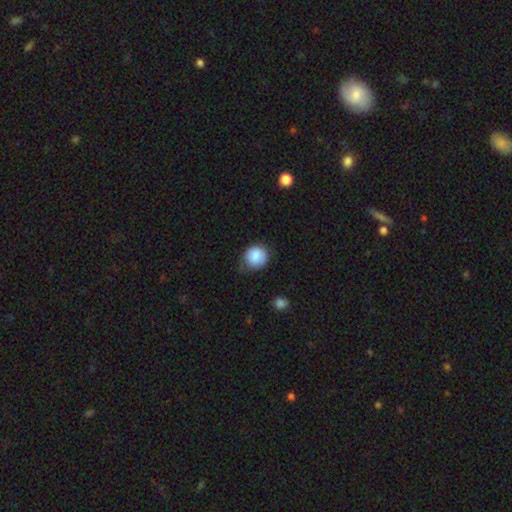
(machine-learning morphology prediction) smooth 85%, featured or disk 8%, star or artifact 7%. Down the decision tree: how rounded — round (84%); merging — none (63%).